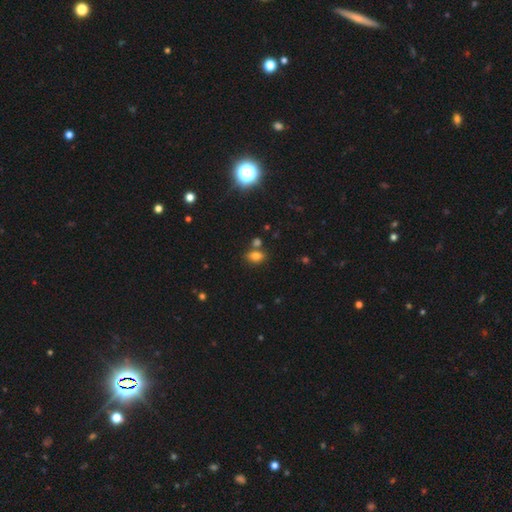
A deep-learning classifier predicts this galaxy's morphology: Overall: smooth (75%). How rounded: in between (78%). Merging: none (64%).